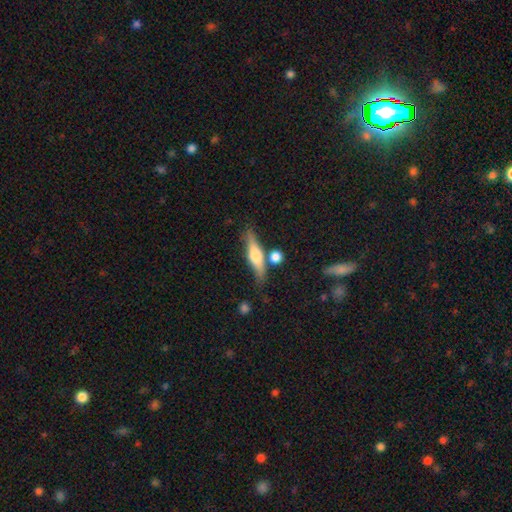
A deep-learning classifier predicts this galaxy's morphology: smooth_or_featured: featured or disk (p=0.51) [alt: smooth p=0.42]
disk_edge_on: yes (p=0.91) [alt: no p=0.09]
merging: none (p=0.70) [alt: minor disturbance p=0.14]